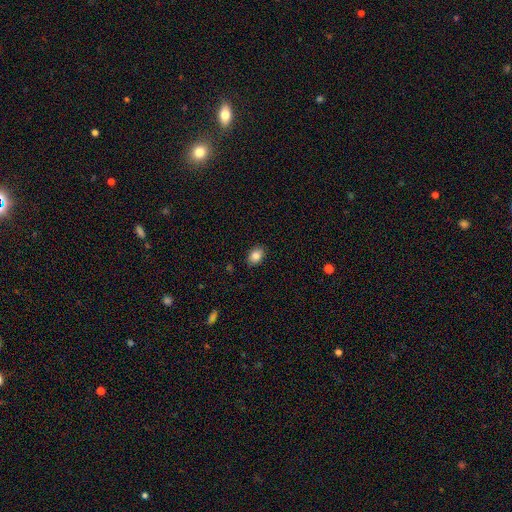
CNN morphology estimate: smooth-or-featured: smooth: 85% | star or artifact: 8% | featured or disk: 6%
  how-rounded: in between: 78% | round: 21% | cigar-shaped: 1%
  merging: none: 87% | minor disturbance: 10% | major disturbance: 2% | merger: 1%